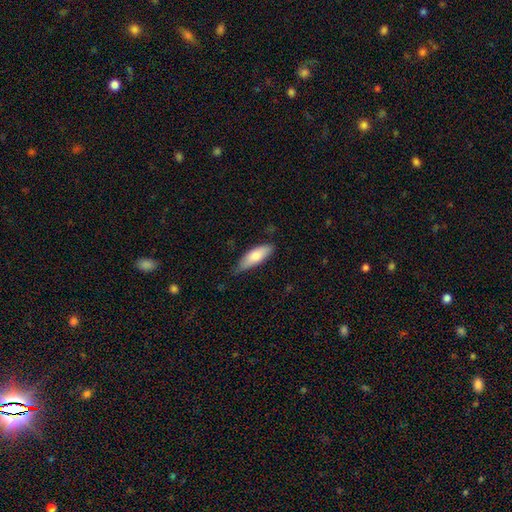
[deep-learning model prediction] Smooth or featured? smooth (77%)
How rounded? in between (64%)
Merging? none (67%)